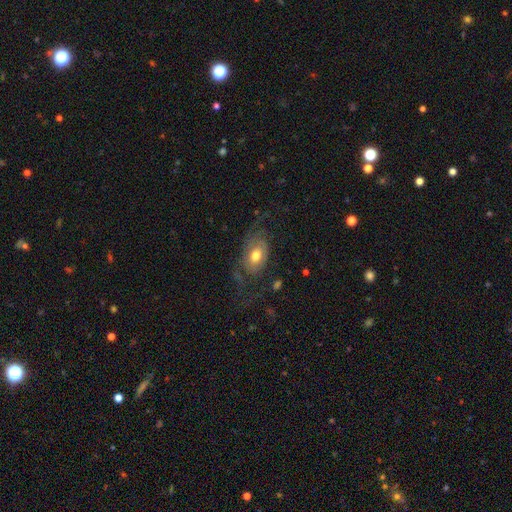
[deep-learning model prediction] Smooth or featured?
  - featured or disk: 56% *
  - smooth: 37%
  - star or artifact: 8%
Edge-on disk?
  - no: 94% *
  - yes: 6%
Bar?
  - no: 76% *
  - weak: 20%
  - strong: 4%
Spiral arms?
  - yes: 74% *
  - no: 26%
Bulge size?
  - moderate: 70% *
  - large: 18%
  - small: 9%
  - dominant: 2%
  - none: 1%
Merging?
  - none: 48% *
  - major disturbance: 30%
  - minor disturbance: 19%
  - merger: 2%